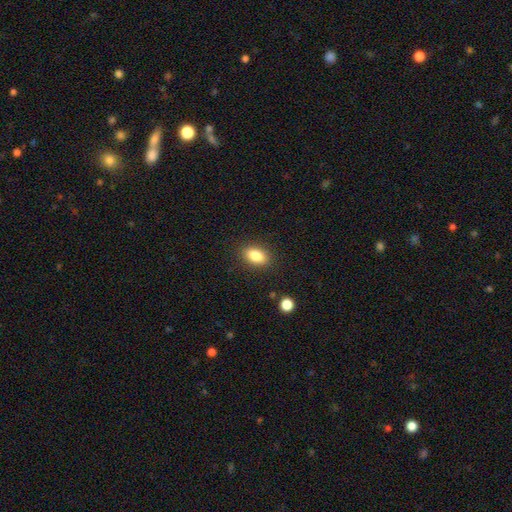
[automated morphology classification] smooth-or-featured: smooth: 85% | star or artifact: 8% | featured or disk: 7%
  how-rounded: in between: 86% | round: 11% | cigar-shaped: 3%
  merging: none: 87% | minor disturbance: 9% | major disturbance: 3% | merger: 1%